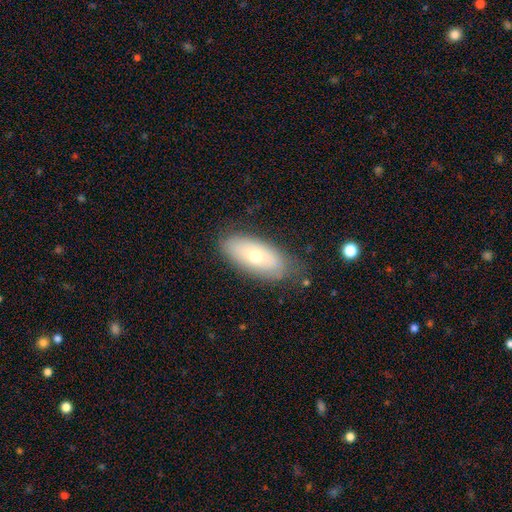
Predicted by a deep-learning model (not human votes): Smooth or featured?
  - smooth: 64% *
  - featured or disk: 28%
  - star or artifact: 7%
How rounded?
  - in between: 86% *
  - cigar-shaped: 11%
  - round: 3%
Merging?
  - none: 76% *
  - minor disturbance: 17%
  - major disturbance: 5%
  - merger: 2%